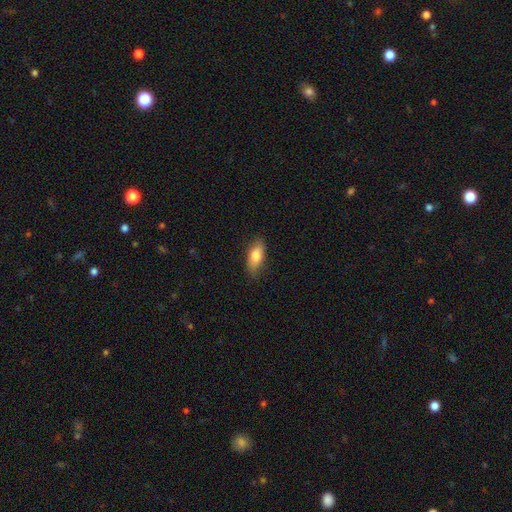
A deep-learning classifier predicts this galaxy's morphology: Smooth or featured? smooth (80%)
How rounded? in between (81%)
Merging? none (83%)